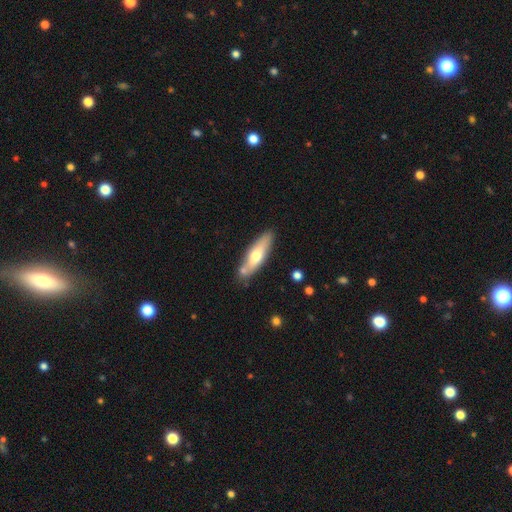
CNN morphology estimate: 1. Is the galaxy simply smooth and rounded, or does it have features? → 58% smooth, 36% featured or disk, 5% star or artifact.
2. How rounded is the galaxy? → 62% cigar-shaped, 36% in between, 2% round.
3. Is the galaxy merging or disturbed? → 75% none, 13% minor disturbance, 8% merger, 3% major disturbance.